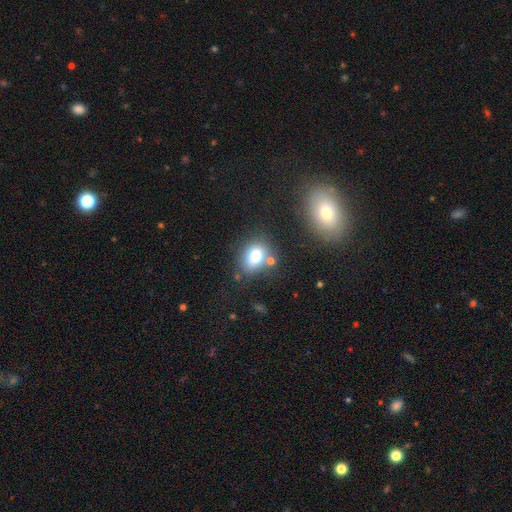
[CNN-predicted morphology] Smooth or featured? smooth (75%)
How rounded? in between (55%)
Merging? none (66%)